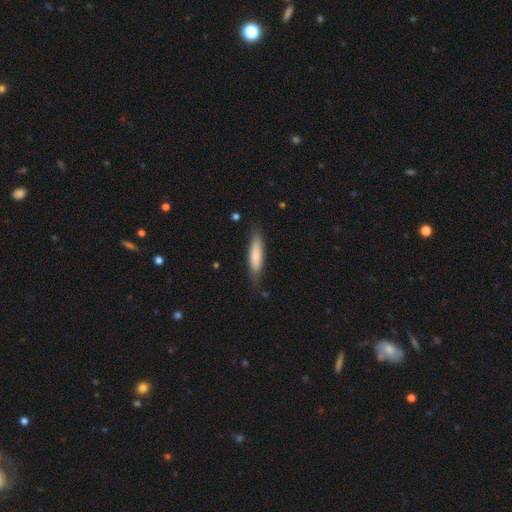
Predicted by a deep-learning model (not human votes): Smooth or featured: smooth — 78% (featured or disk — 17%)
How rounded: cigar-shaped — 74% (in between — 25%)
Merging: none — 78% (minor disturbance — 17%)